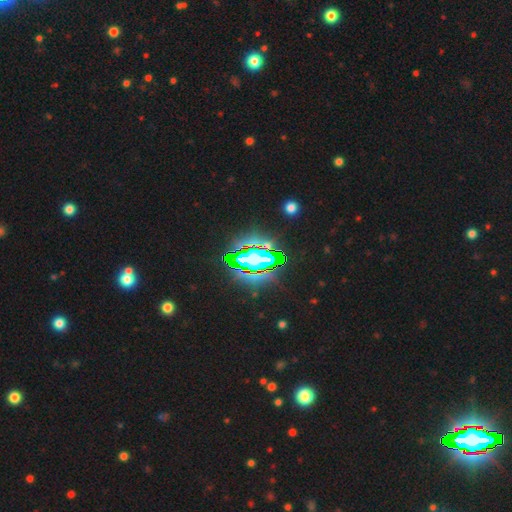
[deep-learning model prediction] Smooth or featured? star or artifact (70%)